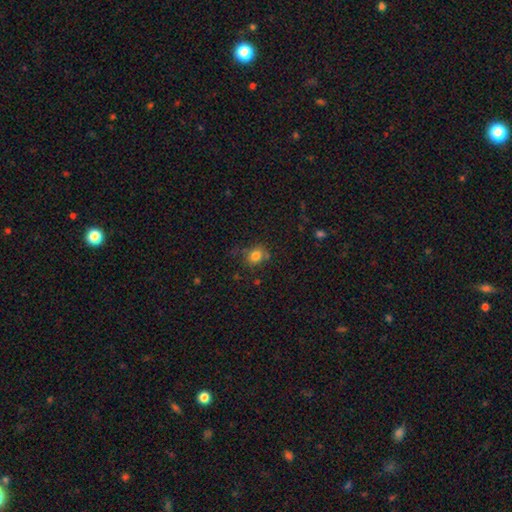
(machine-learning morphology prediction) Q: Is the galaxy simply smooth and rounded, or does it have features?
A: smooth — 80%.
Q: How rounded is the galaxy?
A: round — 66%.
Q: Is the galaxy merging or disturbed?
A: none — 66%.